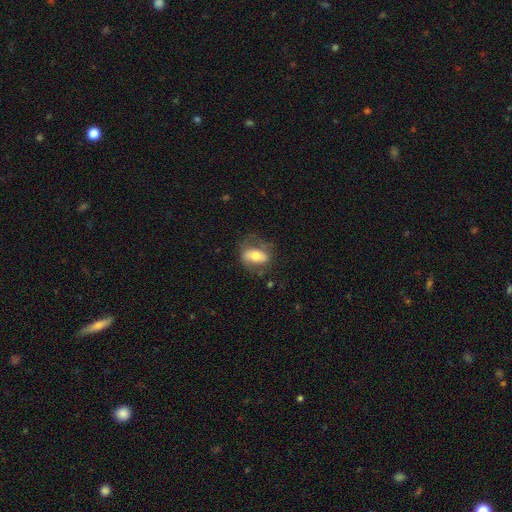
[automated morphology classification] smooth-or-featured: smooth: 50% | featured or disk: 43% | star or artifact: 7%
  how-rounded: in between: 80% | round: 15% | cigar-shaped: 5%
  merging: none: 60% | minor disturbance: 22% | major disturbance: 15% | merger: 2%